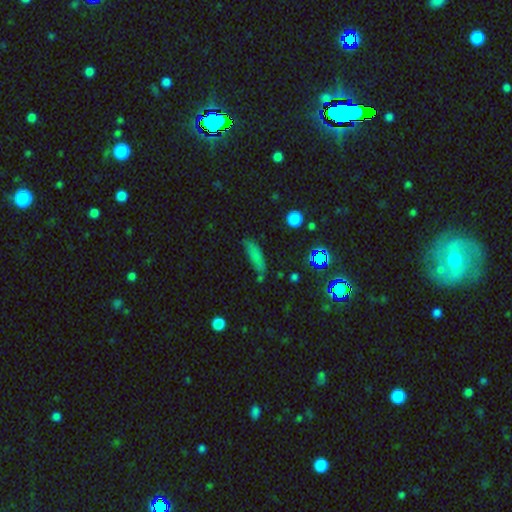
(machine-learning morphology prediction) Smooth or featured?
  - smooth: 69% *
  - star or artifact: 18%
  - featured or disk: 14%
How rounded?
  - cigar-shaped: 59% *
  - in between: 37%
  - round: 4%
Merging?
  - none: 63% *
  - minor disturbance: 24%
  - major disturbance: 7%
  - merger: 6%